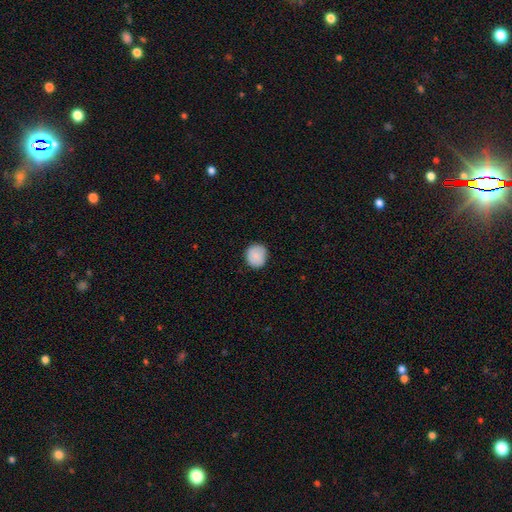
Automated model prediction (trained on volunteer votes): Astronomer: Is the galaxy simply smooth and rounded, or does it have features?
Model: smooth — 87%.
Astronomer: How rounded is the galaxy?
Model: round — 85%.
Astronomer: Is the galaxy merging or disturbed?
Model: none — 84%.